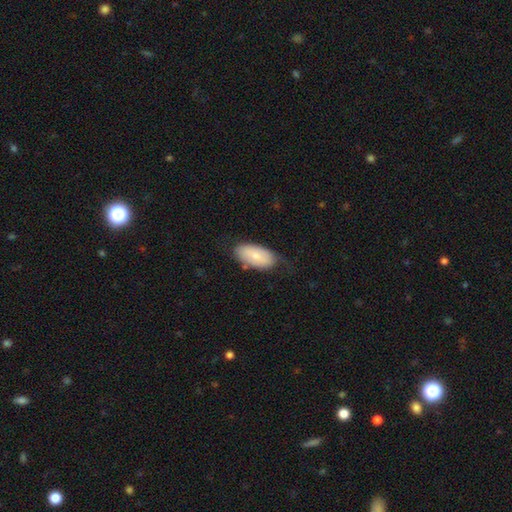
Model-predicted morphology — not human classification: Smooth or featured? smooth (73%)
How rounded? in between (93%)
Merging? none (64%)